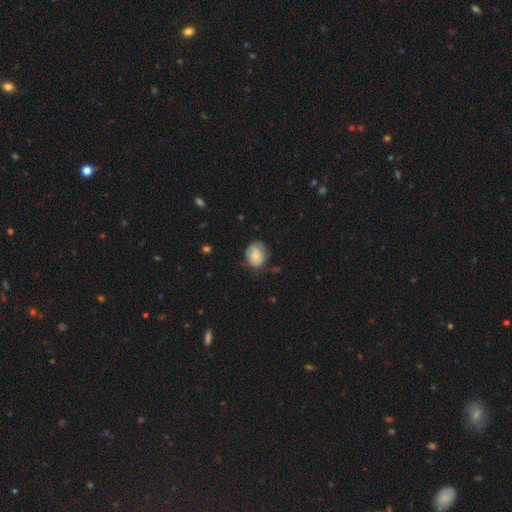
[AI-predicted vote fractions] Smooth or featured? smooth (69%)
How rounded? in between (53%)
Merging? none (62%)